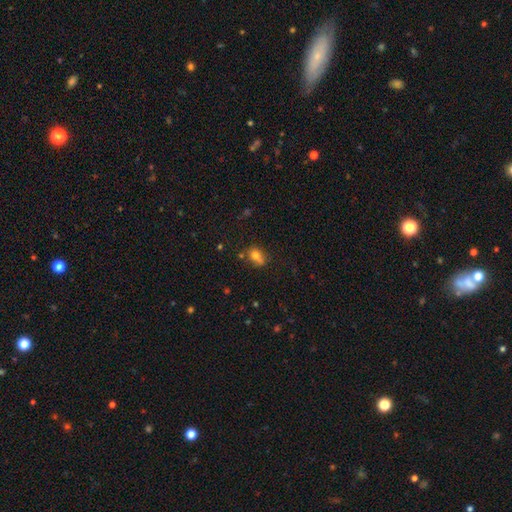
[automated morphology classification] A smooth galaxy with no disk features (72%) that is in between round and cigar-shaped (59%). Merging: none (56%).